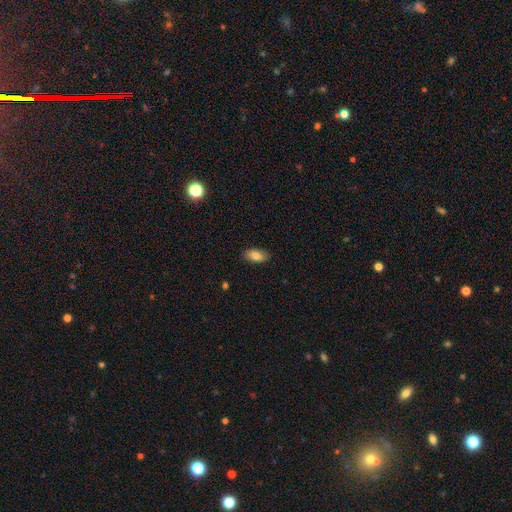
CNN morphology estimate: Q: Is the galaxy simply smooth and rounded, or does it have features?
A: smooth — 83%.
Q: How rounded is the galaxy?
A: in between — 91%.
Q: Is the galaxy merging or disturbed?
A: none — 86%.